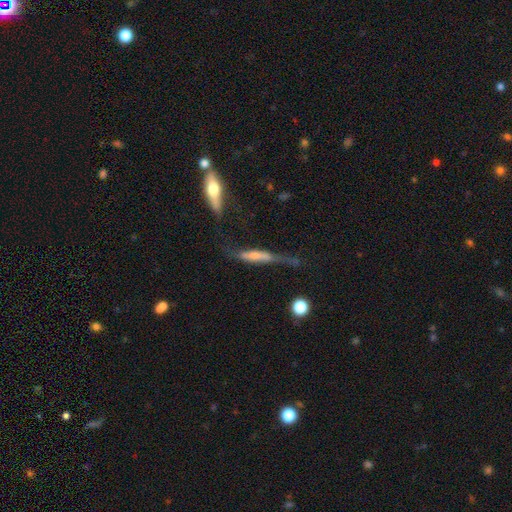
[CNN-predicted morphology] Smooth or featured? featured or disk (56%)
Edge-on disk? yes (78%)
Merging? none (36%)